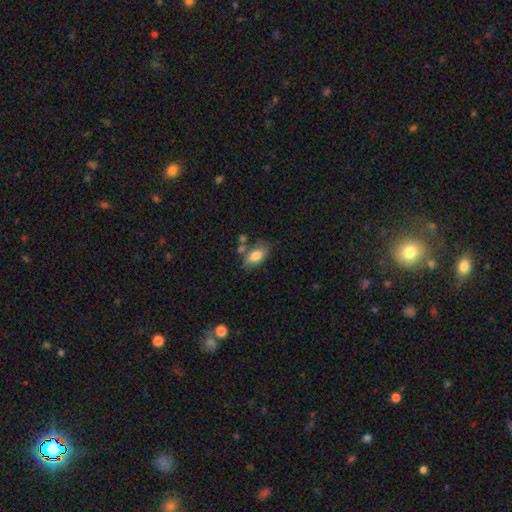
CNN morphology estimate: A smooth galaxy with no disk features (78%) that is in between round and cigar-shaped (89%). Merging: none (64%).